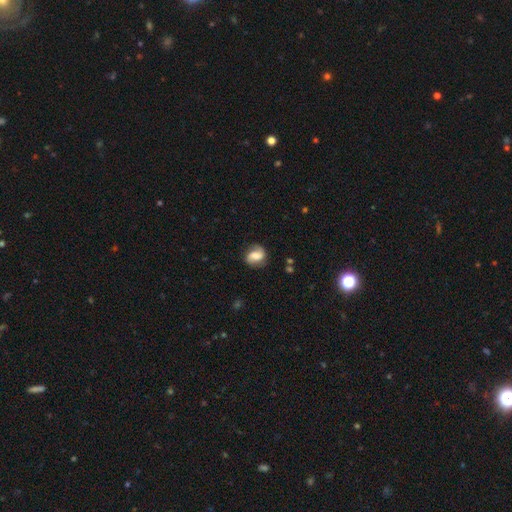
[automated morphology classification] Smooth or featured? Predicted: featured or disk (p=0.49). Merging? Predicted: none (p=0.75).